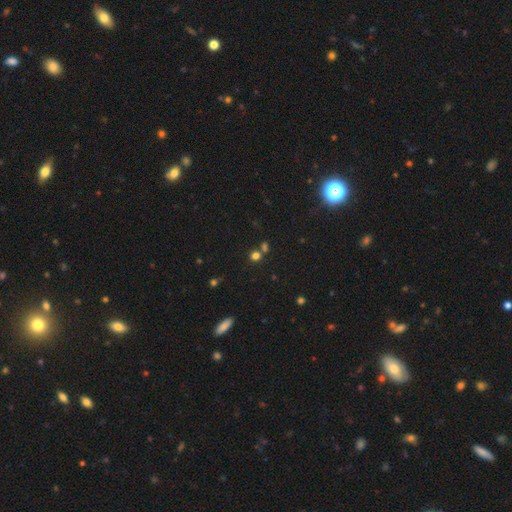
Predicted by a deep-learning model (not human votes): A smooth galaxy with no disk features (67%) that is round (86%).

Vote fractions:
- Smooth or featured? smooth: 67% / star or artifact: 25% / featured or disk: 8%
- How rounded? round: 86% / in between: 12% / cigar-shaped: 1%
- Merging? none: 65% / merger: 24% / minor disturbance: 8% / major disturbance: 4%